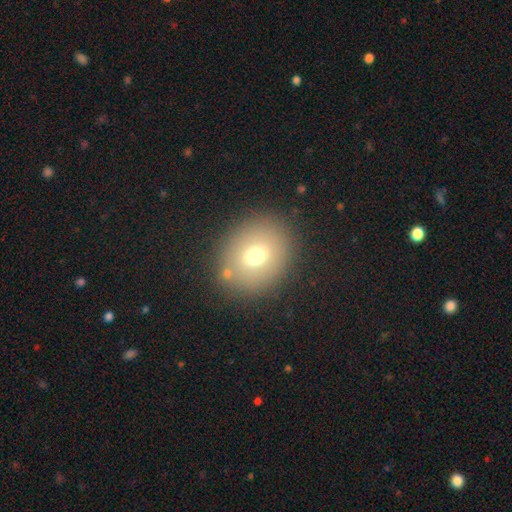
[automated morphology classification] The model was most divided on "how rounded": round: 64%, in between: 35%, cigar-shaped: 1%. More confident: merging — none (83%); smooth or featured — smooth (68%).